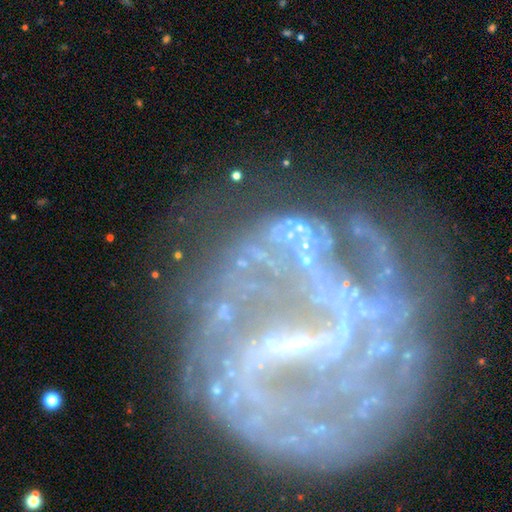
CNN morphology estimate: Overall: featured or disk (51%; star or artifact 31%). Edge-on disk: no (93%). Merging: none (39%; merger 24%).